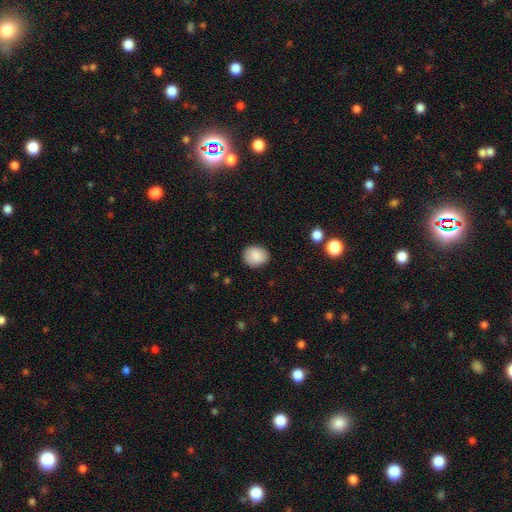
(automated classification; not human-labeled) Overall: smooth (86%). How rounded: round (57%; in between 42%). Merging: none (86%).